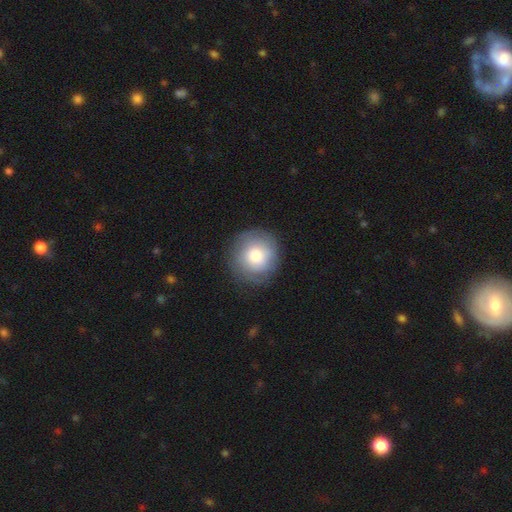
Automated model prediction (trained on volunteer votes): smooth_or_featured: smooth (p=0.73) [alt: featured or disk p=0.19]
how_rounded: round (p=0.92) [alt: in between p=0.07]
merging: none (p=0.82) [alt: minor disturbance p=0.12]